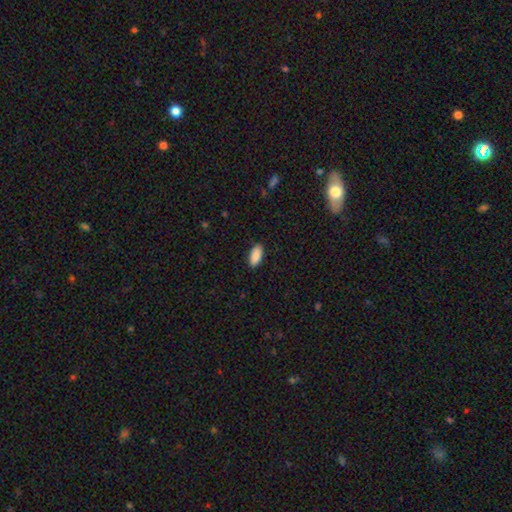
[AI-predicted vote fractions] Q: Smooth or featured?
A: smooth (89%); runner-up: star or artifact (6%)
Q: How rounded?
A: in between (91%); runner-up: cigar-shaped (7%)
Q: Merging?
A: none (88%); runner-up: minor disturbance (9%)